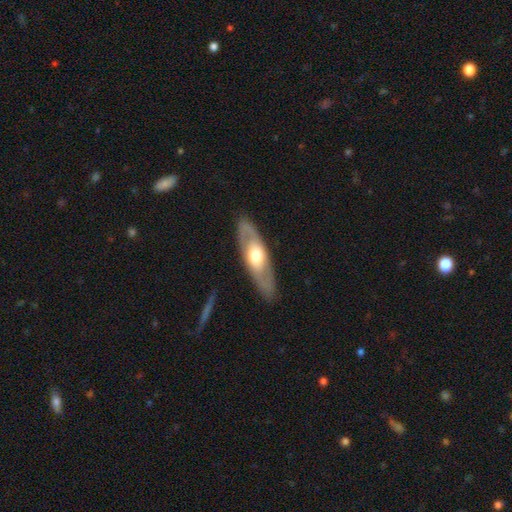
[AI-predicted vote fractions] Smooth or featured? Predicted: featured or disk (p=0.62). Edge-on disk? Predicted: no (p=0.69). Merging? Predicted: none (p=0.86).